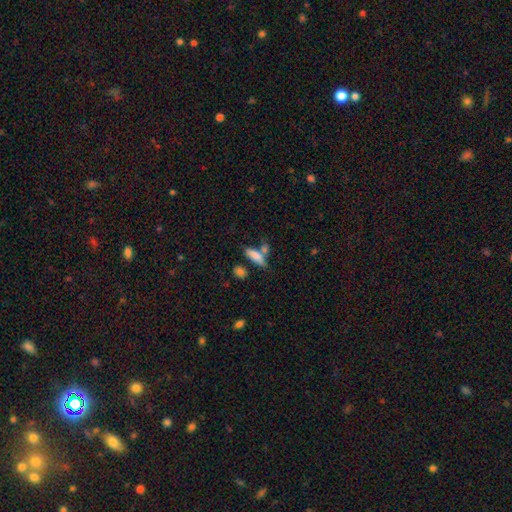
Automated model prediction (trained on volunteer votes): Q: Smooth or featured?
A: smooth (79%); runner-up: featured or disk (13%)
Q: How rounded?
A: in between (55%); runner-up: cigar-shaped (42%)
Q: Merging?
A: none (49%); runner-up: merger (29%)